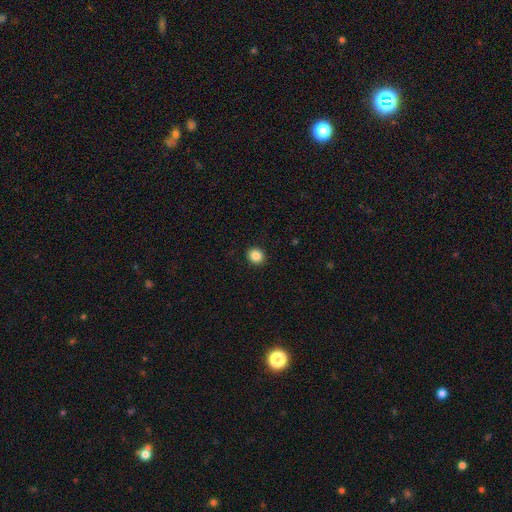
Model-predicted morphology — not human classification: Smooth or featured? Predicted: smooth (p=0.87). How rounded? Predicted: round (p=0.73). Merging? Predicted: none (p=0.92).